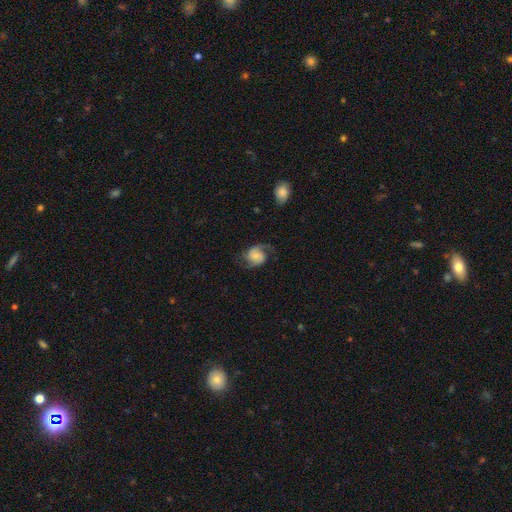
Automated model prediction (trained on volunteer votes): Smooth or featured?
  - featured or disk: 72% *
  - smooth: 20%
  - star or artifact: 8%
Edge-on disk?
  - no: 98% *
  - yes: 2%
Bar?
  - no: 63% *
  - weak: 30%
  - strong: 7%
Spiral arms?
  - yes: 94% *
  - no: 6%
Spiral winding?
  - medium: 45% *
  - loose: 38%
  - tight: 17%
Spiral arm count?
  - 2: 86% *
  - 1: 6%
  - can't tell: 4%
  - 3: 2%
  - 4: 1%
  - more than 4: 1%
Bulge size?
  - small: 47% *
  - moderate: 26%
  - none: 16%
  - large: 8%
  - dominant: 3%
Merging?
  - none: 66% *
  - minor disturbance: 19%
  - major disturbance: 14%
  - merger: 2%